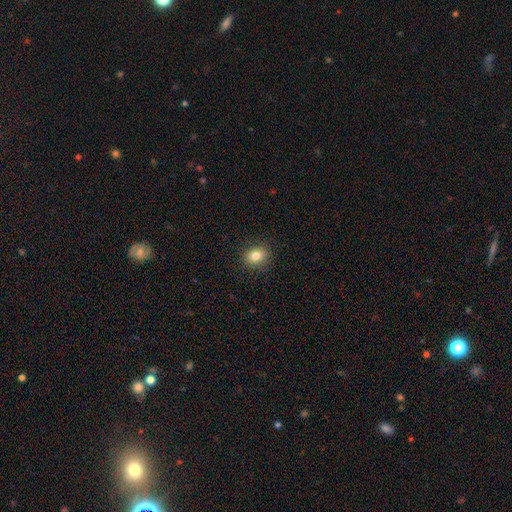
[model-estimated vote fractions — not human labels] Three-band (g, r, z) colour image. It shows a smooth galaxy with no disk features (82%) that is in between round and cigar-shaped (52%). Merging: none (89%).